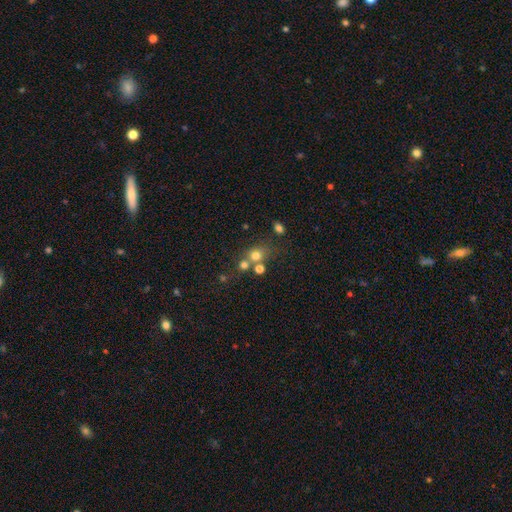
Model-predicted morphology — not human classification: Smooth or featured?
  - smooth: 71% *
  - star or artifact: 17%
  - featured or disk: 12%
How rounded?
  - round: 75% *
  - in between: 24%
  - cigar-shaped: 1%
Merging?
  - none: 50% *
  - merger: 34%
  - minor disturbance: 10%
  - major disturbance: 5%